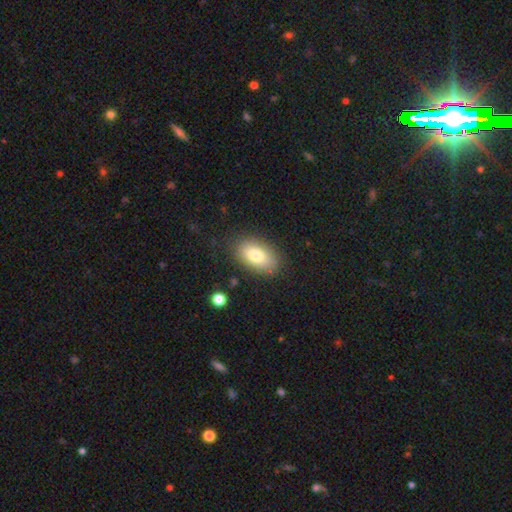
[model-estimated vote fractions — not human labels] Smooth or featured? smooth (77%)
How rounded? in between (91%)
Merging? none (83%)